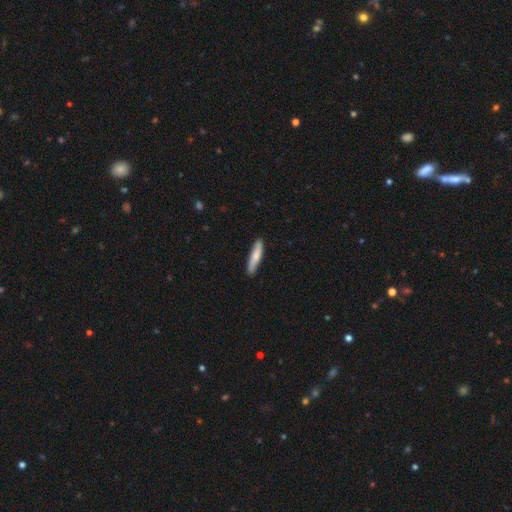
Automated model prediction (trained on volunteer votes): The model was most divided on "smooth or featured": smooth: 72%, featured or disk: 23%, star or artifact: 5%. More confident: merging — none (87%); how rounded — cigar-shaped (86%).